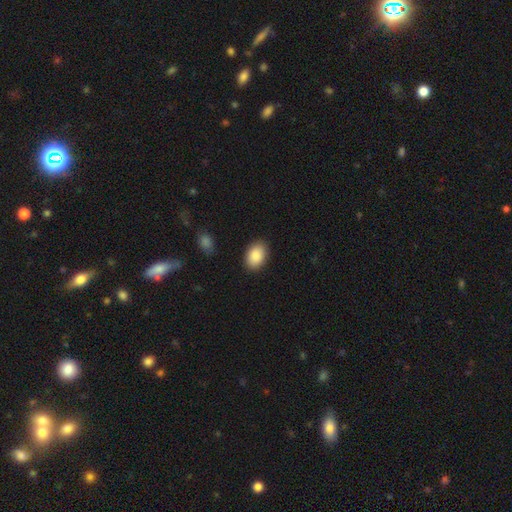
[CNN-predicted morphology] Smooth or featured: smooth — 88% (star or artifact — 6%)
How rounded: in between — 88% (round — 11%)
Merging: none — 88% (minor disturbance — 9%)